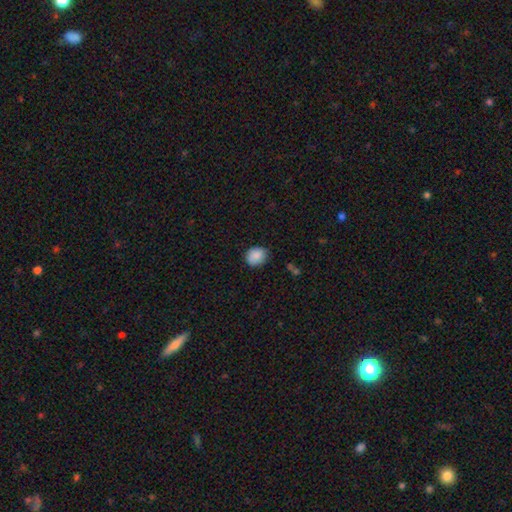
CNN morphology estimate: type=smooth (88%); roundness=round (70%); merging=none (80%).